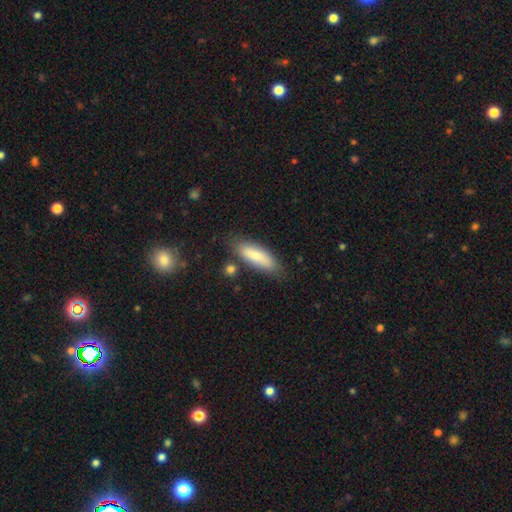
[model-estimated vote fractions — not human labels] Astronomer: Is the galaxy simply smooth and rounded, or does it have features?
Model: smooth — 79%.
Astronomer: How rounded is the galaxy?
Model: in between — 50% (runner-up: cigar-shaped, 48%).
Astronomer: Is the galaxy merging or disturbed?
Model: none — 77%.